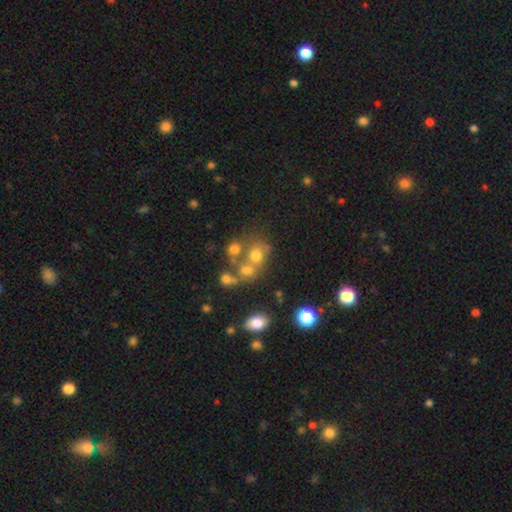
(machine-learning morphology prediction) Smooth or featured? smooth (61%)
How rounded? round (72%)
Merging? none (45%)